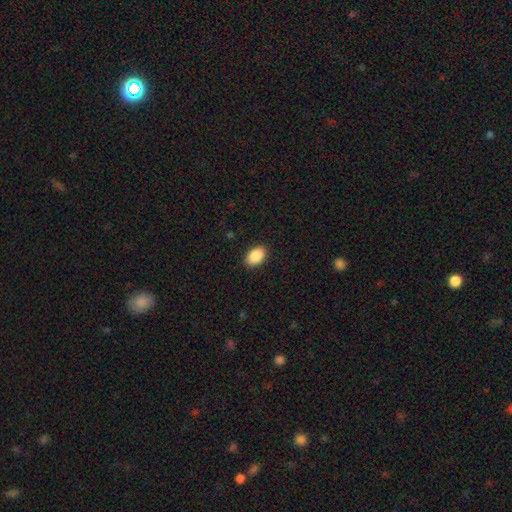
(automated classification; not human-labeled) smooth_or_featured: smooth (p=0.89) [alt: star or artifact p=0.07]
how_rounded: in between (p=0.90) [alt: round p=0.09]
merging: none (p=0.89) [alt: minor disturbance p=0.08]